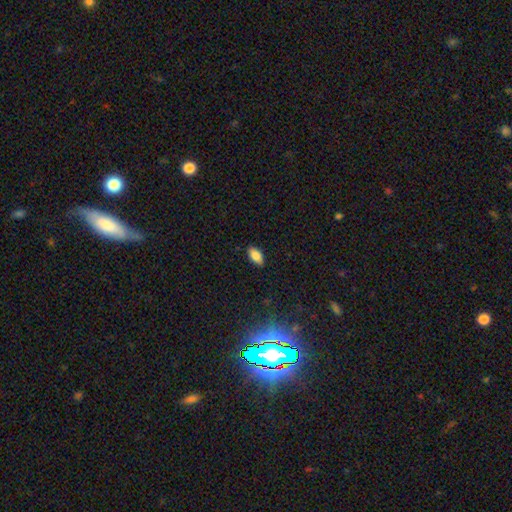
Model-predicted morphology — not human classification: smooth 84%, star or artifact 8%, featured or disk 8%. Down the decision tree: how rounded — in between (90%); merging — none (87%).